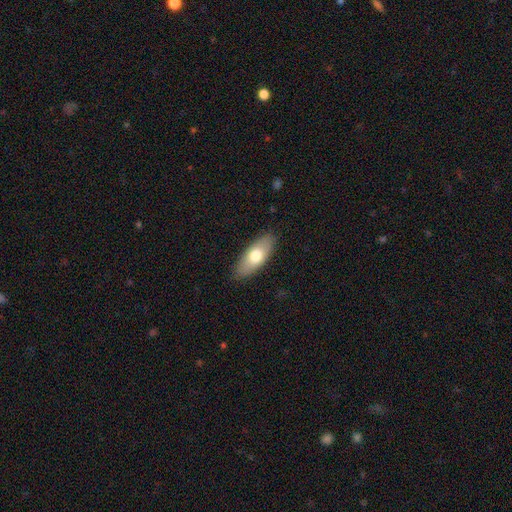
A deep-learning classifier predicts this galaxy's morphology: smooth 70%, featured or disk 25%, star or artifact 6%. Down the decision tree: how rounded — in between (79%); merging — none (87%).